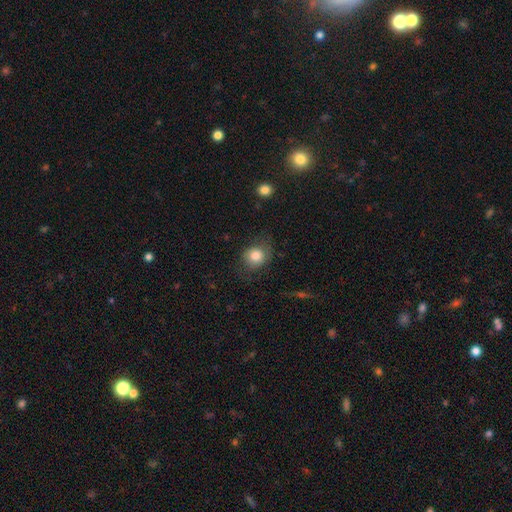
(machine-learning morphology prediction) type=smooth (80%); roundness=round (70%); merging=none (68%).